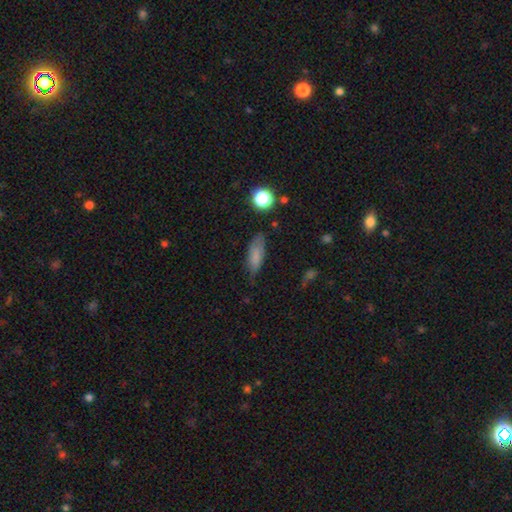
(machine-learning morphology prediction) A smooth galaxy with no disk features (77%) that is in between round and cigar-shaped (68%).

Vote fractions:
- Smooth or featured? smooth: 77% / featured or disk: 13% / star or artifact: 10%
- How rounded? in between: 68% / cigar-shaped: 29% / round: 4%
- Merging? none: 64% / minor disturbance: 27% / major disturbance: 7% / merger: 2%